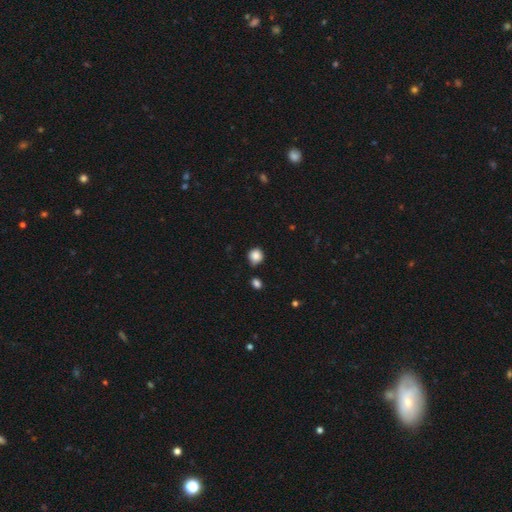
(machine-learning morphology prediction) smooth 86%, star or artifact 10%, featured or disk 4%. Down the decision tree: how rounded — round (85%); merging — none (73%).